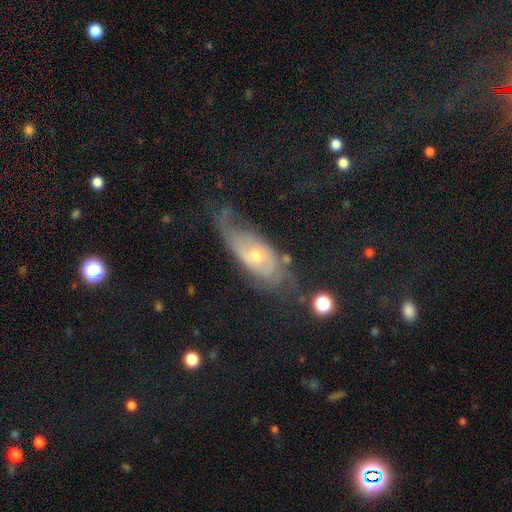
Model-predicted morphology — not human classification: The model was most divided on "bulge size": small: 54%, moderate: 42%, large: 2%, none: 1%, dominant: 1%. More confident: edge-on disk — no (84%); spiral arms — yes (83%); bar — no (71%); smooth or featured — featured or disk (69%); merging — none (51%).